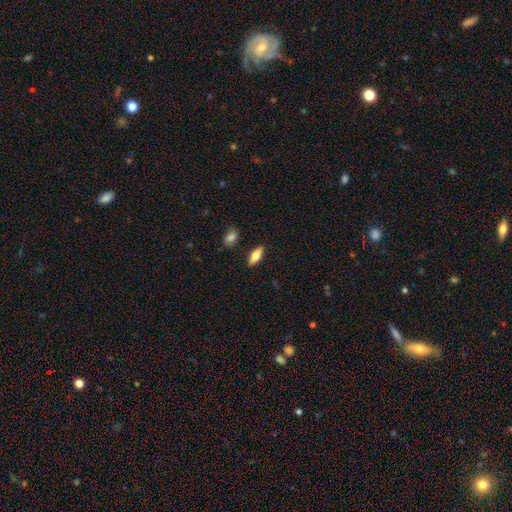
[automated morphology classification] This appears to be a smooth galaxy with no disk features (63%) that is in between round and cigar-shaped (73%). Merging: none (87%).